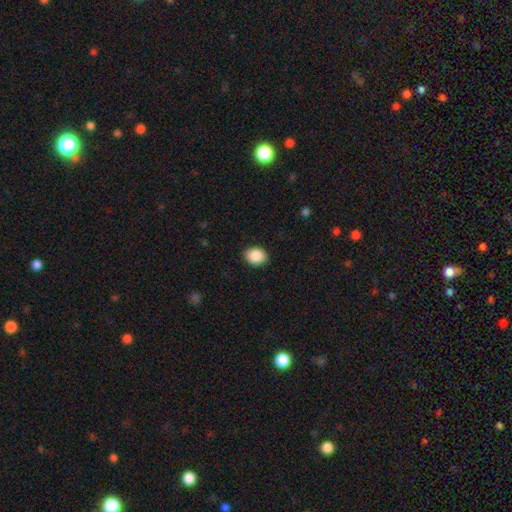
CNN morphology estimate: The model was most divided on "how rounded": in between: 53%, round: 46%, cigar-shaped: 1%. More confident: merging — none (88%); smooth or featured — smooth (88%).